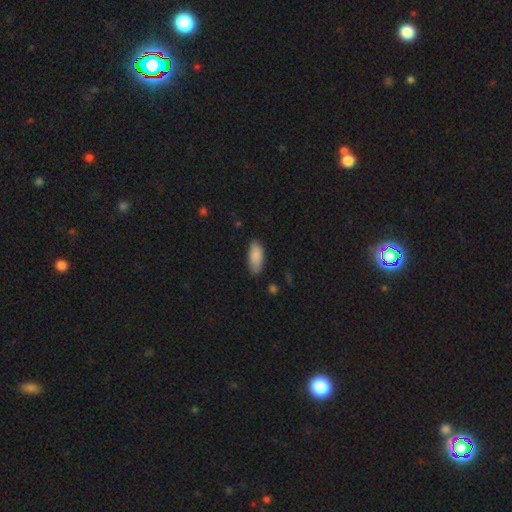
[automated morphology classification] smooth_or_featured: smooth (p=0.88) [alt: star or artifact p=0.06]
how_rounded: in between (p=0.88) [alt: cigar-shaped p=0.10]
merging: none (p=0.82) [alt: minor disturbance p=0.14]